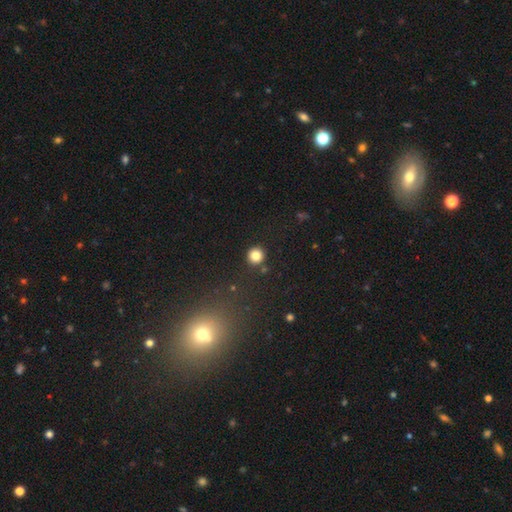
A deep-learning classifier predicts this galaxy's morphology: Q: Smooth or featured?
A: smooth (83%); runner-up: star or artifact (12%)
Q: How rounded?
A: round (94%); runner-up: in between (5%)
Q: Merging?
A: none (90%); runner-up: minor disturbance (5%)